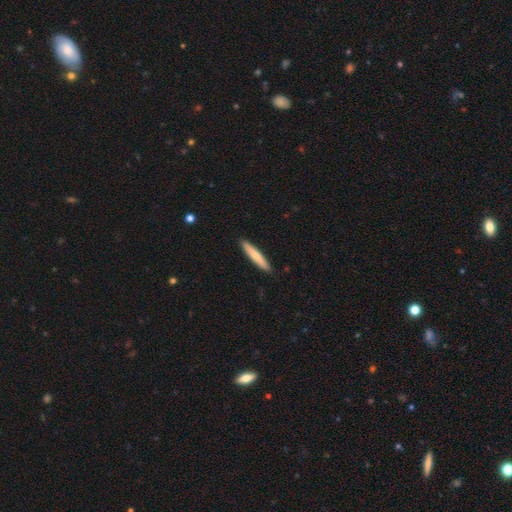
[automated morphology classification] The model was most divided on "smooth or featured": smooth: 71%, featured or disk: 24%, star or artifact: 5%. More confident: how rounded — cigar-shaped (92%); merging — none (91%).